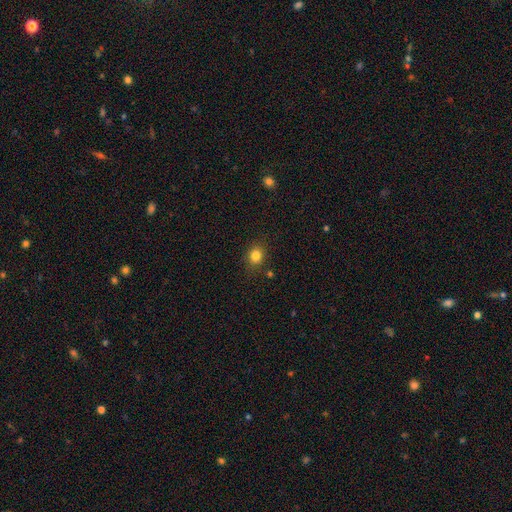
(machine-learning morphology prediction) Smooth or featured? smooth (82%)
How rounded? round (65%)
Merging? none (85%)